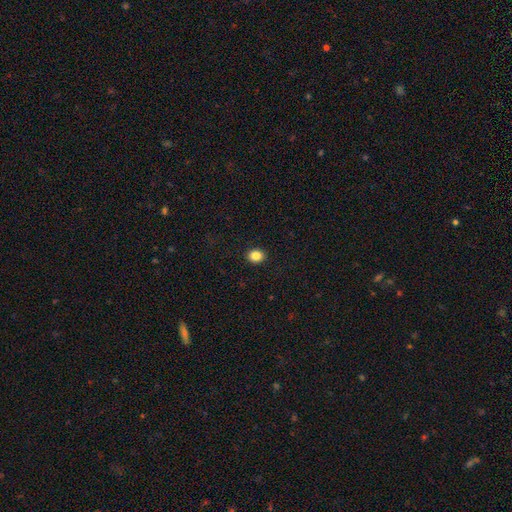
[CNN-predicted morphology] Overall: smooth (85%). How rounded: round (65%; in between 34%). Merging: none (92%).